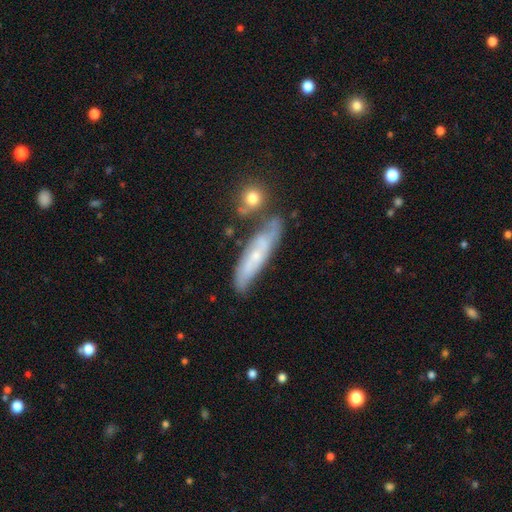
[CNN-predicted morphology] This is possibly a featured or disk galaxy (58%). It is likely not viewed edge-on (66%). Merging: possibly none (58%).